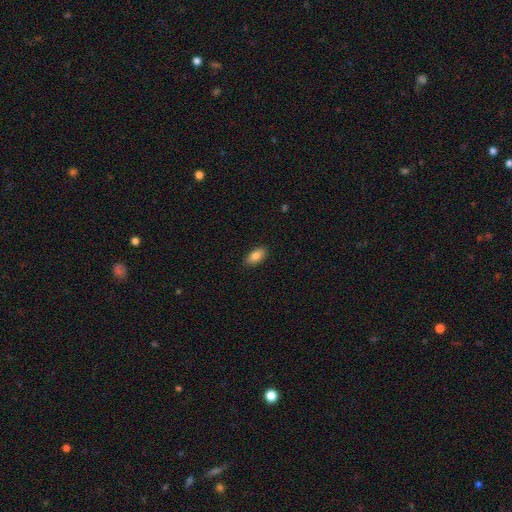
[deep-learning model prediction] smooth-or-featured: smooth: 85% | featured or disk: 8% | star or artifact: 7%
  how-rounded: in between: 92% | cigar-shaped: 5% | round: 3%
  merging: none: 89% | minor disturbance: 8% | major disturbance: 2% | merger: 1%